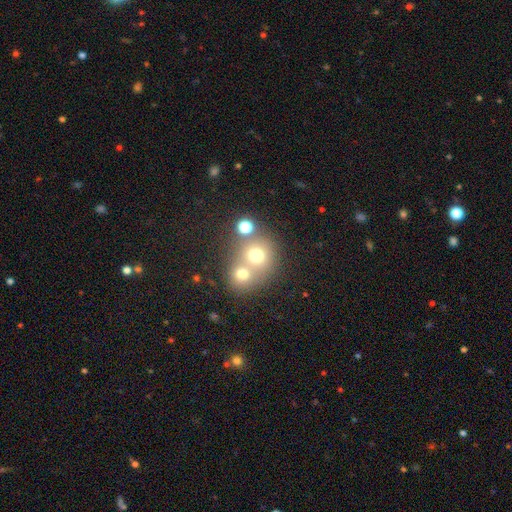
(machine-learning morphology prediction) smooth_or_featured: smooth (p=0.68) [alt: featured or disk p=0.16]
how_rounded: round (p=0.81) [alt: in between p=0.18]
merging: merger (p=0.53) [alt: none p=0.38]